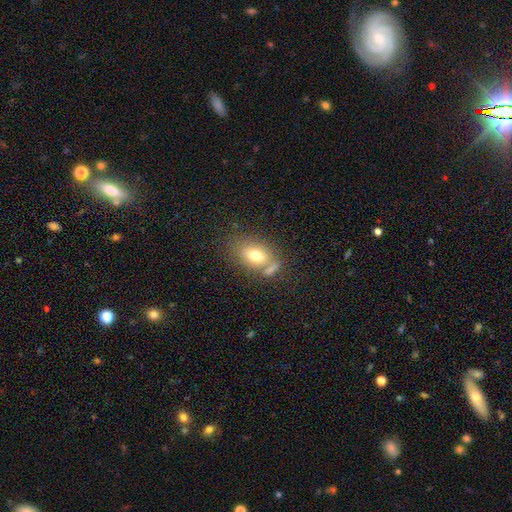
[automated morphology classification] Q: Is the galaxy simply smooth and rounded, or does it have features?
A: smooth — 72%.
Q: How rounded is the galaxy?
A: in between — 76%.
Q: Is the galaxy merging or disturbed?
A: none — 52%.